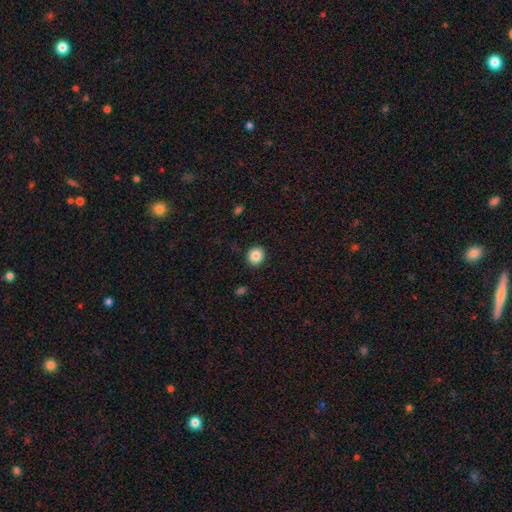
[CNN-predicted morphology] Overall: smooth (86%). How rounded: round (86%). Merging: none (91%).